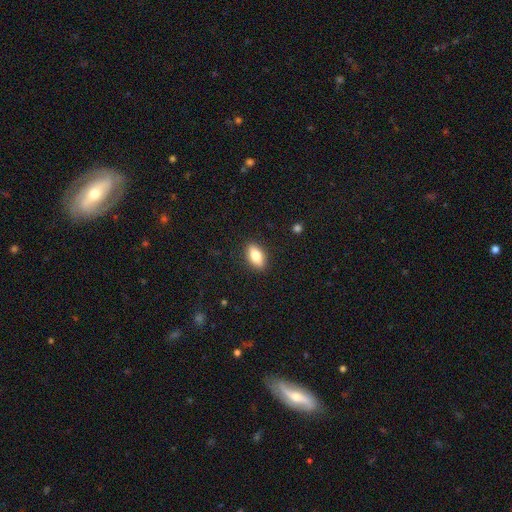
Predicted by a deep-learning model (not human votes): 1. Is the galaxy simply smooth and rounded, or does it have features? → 78% smooth, 15% featured or disk, 7% star or artifact.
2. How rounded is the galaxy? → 86% in between, 8% cigar-shaped, 6% round.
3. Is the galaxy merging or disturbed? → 89% none, 8% minor disturbance, 2% major disturbance, 1% merger.